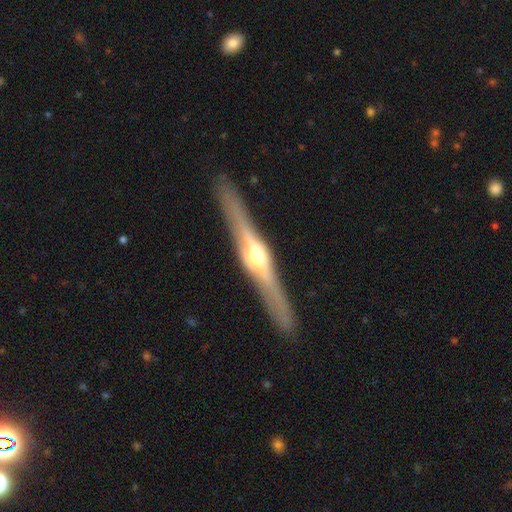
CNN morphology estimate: The model was most divided on "smooth or featured": featured or disk: 80%, smooth: 15%, star or artifact: 5%. More confident: edge-on disk — yes (96%); edge-on bulge — rounded (91%); merging — none (89%).